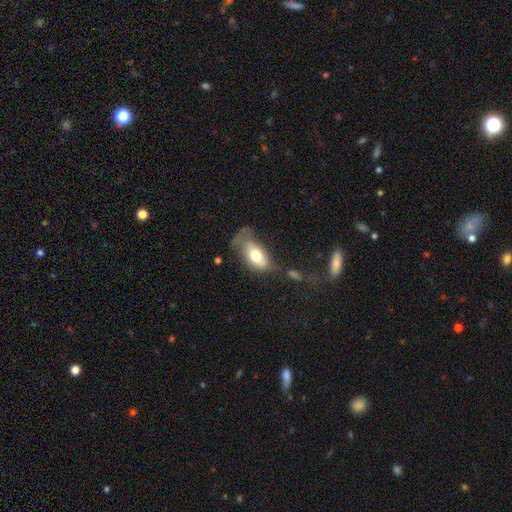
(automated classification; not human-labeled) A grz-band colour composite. It shows a smooth galaxy with no disk features (70%) that is in between round and cigar-shaped (89%). Merging: major disturbance (33%).